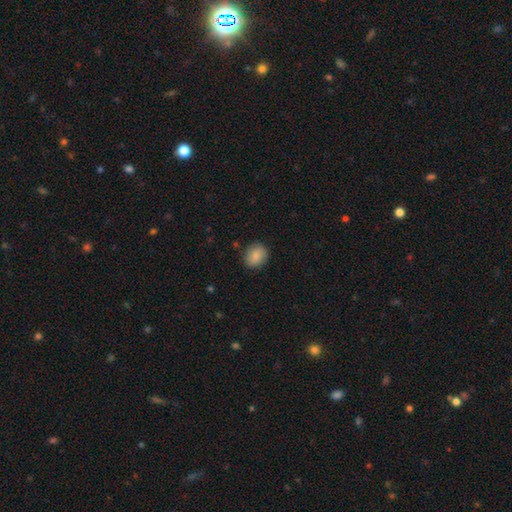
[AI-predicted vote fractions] A smooth galaxy with no disk features (85%) that is round (66%). Merging: none (86%).